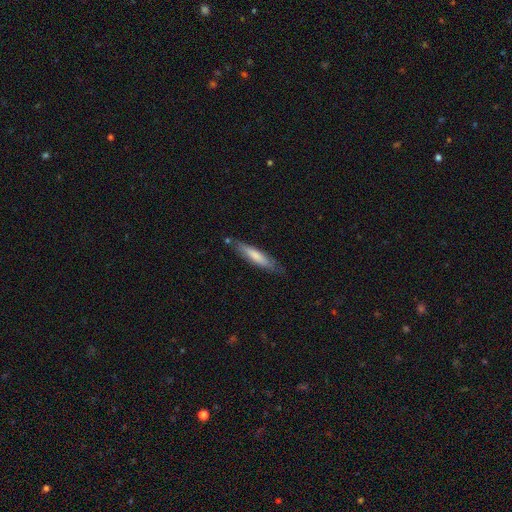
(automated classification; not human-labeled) smooth-or-featured: smooth: 70% | featured or disk: 25% | star or artifact: 5%
  how-rounded: cigar-shaped: 81% | in between: 18% | round: 1%
  merging: none: 76% | minor disturbance: 18% | major disturbance: 4% | merger: 2%